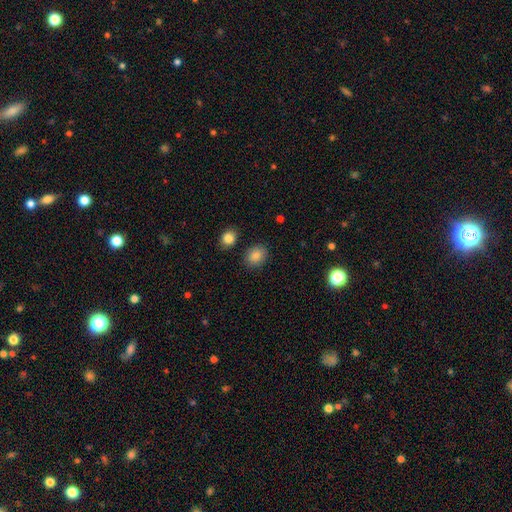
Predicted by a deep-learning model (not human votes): Morphology: type=smooth (86%); roundness=in between (51%); merging=none (86%).